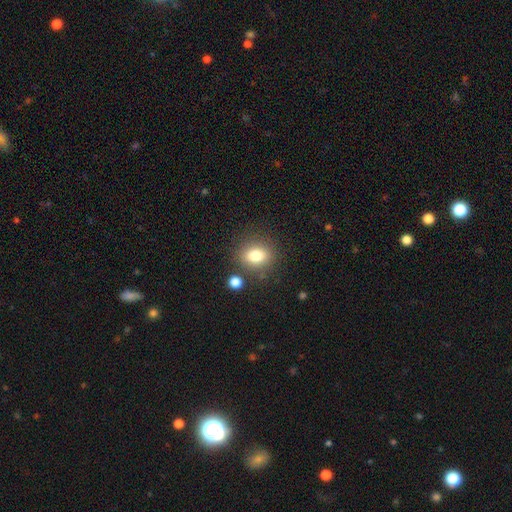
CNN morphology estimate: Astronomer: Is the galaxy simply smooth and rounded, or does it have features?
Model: smooth — 80%.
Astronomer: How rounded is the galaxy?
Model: in between — 55% (runner-up: round, 44%).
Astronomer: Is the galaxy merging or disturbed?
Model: none — 79%.